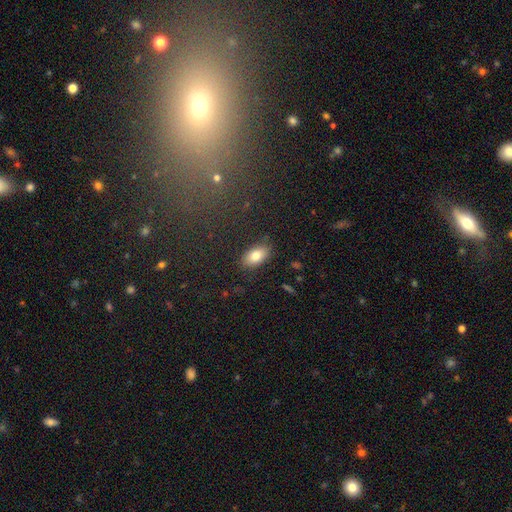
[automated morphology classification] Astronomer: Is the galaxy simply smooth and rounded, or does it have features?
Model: smooth — 81%.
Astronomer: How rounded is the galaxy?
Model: in between — 92%.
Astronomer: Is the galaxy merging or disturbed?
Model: none — 85%.